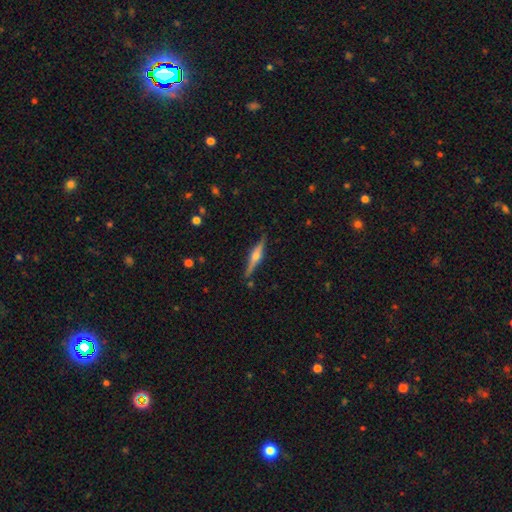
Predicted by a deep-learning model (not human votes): Smooth or featured?
  - featured or disk: 76% *
  - smooth: 18%
  - star or artifact: 6%
Edge-on disk?
  - yes: 98% *
  - no: 2%
Edge-on bulge?
  - rounded: 88% *
  - boxy: 8%
  - none: 3%
Merging?
  - none: 87% *
  - minor disturbance: 9%
  - merger: 2%
  - major disturbance: 2%